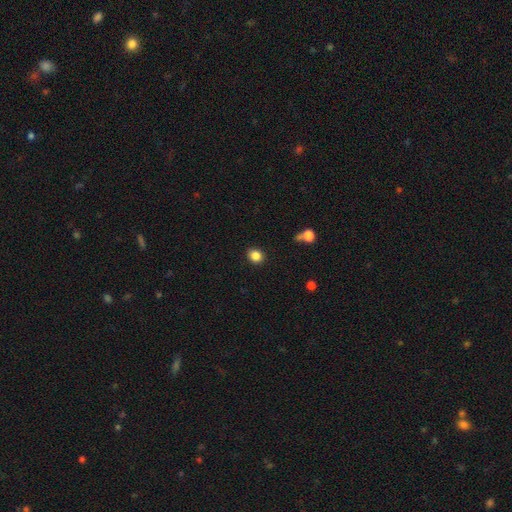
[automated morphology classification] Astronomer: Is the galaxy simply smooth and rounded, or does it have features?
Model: smooth — 85%.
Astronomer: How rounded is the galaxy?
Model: round — 69%.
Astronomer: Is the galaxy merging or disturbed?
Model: none — 88%.